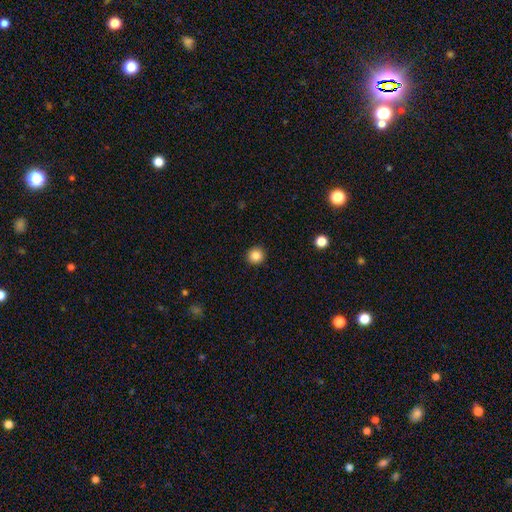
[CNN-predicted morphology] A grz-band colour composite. It shows a smooth galaxy with no disk features (85%) that is round (94%). Merging: none (93%).